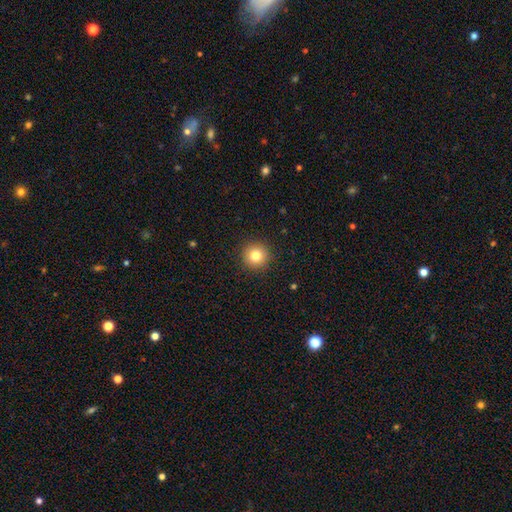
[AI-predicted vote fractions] A smooth galaxy with no disk features (81%) that is round (95%). Merging: none (92%).